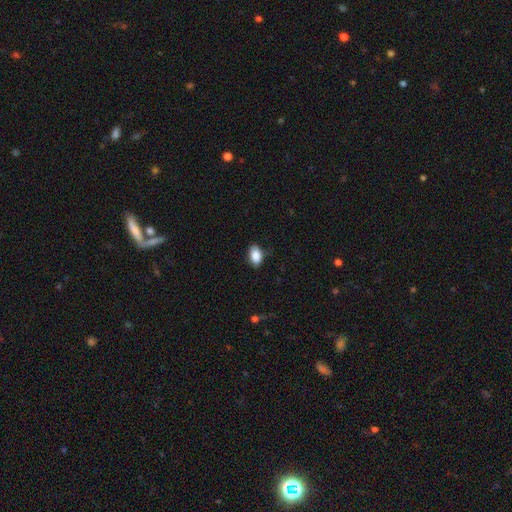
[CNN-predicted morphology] Smooth or featured? Predicted: smooth (p=0.88). How rounded? Predicted: in between (p=0.90). Merging? Predicted: none (p=0.81).